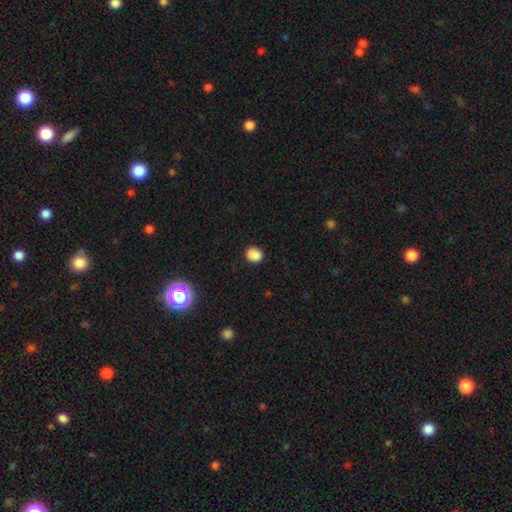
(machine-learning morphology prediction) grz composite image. It shows a smooth galaxy with no disk features (85%) that is round (77%). Merging: none (85%).